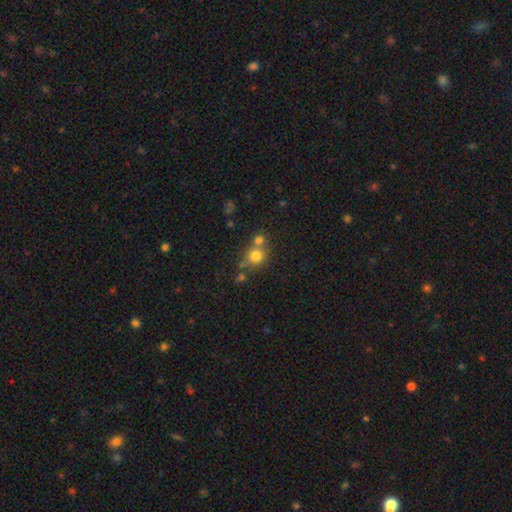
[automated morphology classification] Overall: smooth (76%). How rounded: round (82%). Merging: none (50%; merger 36%).